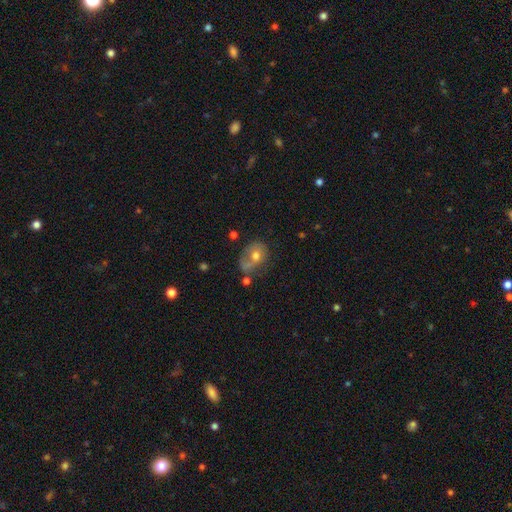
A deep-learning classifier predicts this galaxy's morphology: smooth-or-featured: smooth: 59% | featured or disk: 31% | star or artifact: 10%
  how-rounded: in between: 54% | round: 45% | cigar-shaped: 1%
  merging: none: 35% | minor disturbance: 26% | major disturbance: 22% | merger: 17%